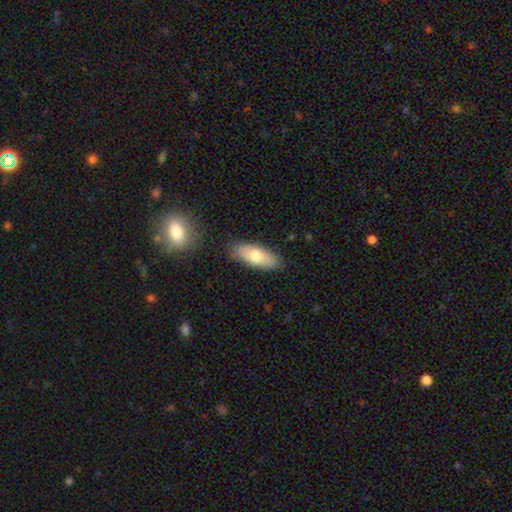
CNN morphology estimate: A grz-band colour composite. It shows a smooth galaxy with no disk features (70%) that is in between round and cigar-shaped (76%). Merging: none (84%).